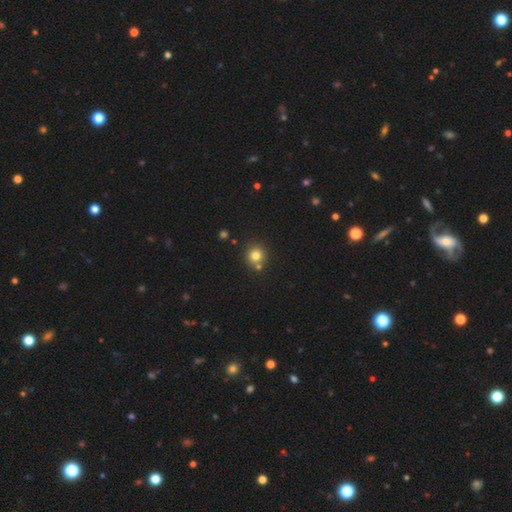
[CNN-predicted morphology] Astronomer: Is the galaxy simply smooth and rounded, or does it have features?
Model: smooth — 79%.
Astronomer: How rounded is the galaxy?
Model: round — 91%.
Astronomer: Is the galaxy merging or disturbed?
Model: none — 72%.